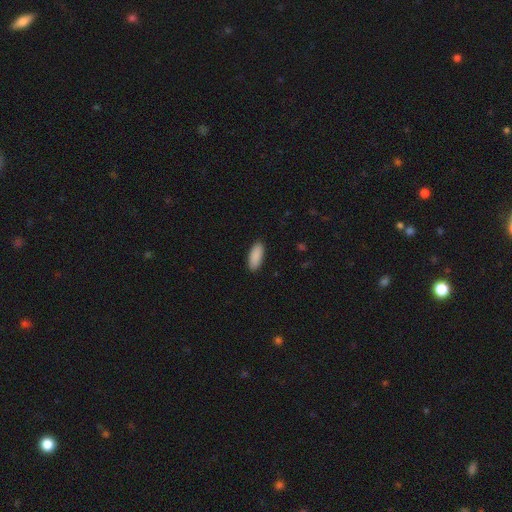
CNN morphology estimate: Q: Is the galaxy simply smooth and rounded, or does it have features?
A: smooth — 91%.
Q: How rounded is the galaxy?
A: in between — 81%.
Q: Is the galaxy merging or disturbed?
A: none — 90%.